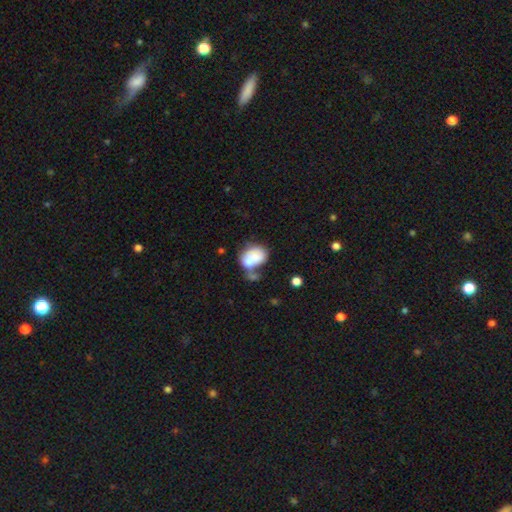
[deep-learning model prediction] A smooth galaxy with no disk features (67%) that is in between round and cigar-shaped (72%).

Vote fractions:
- Smooth or featured? smooth: 67% / featured or disk: 25% / star or artifact: 9%
- How rounded? in between: 72% / round: 26% / cigar-shaped: 1%
- Merging? merger: 46% / none: 20% / major disturbance: 17% / minor disturbance: 16%